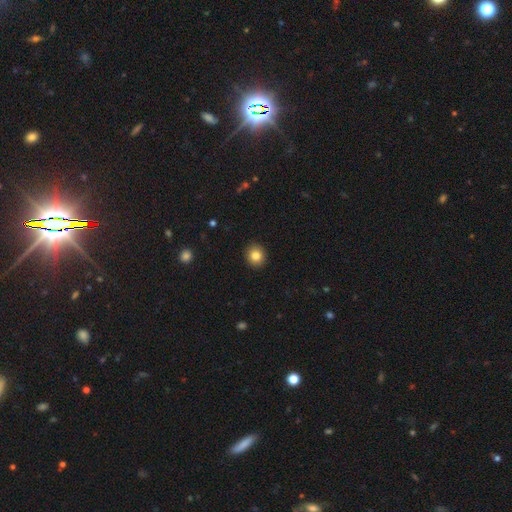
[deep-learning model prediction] Smooth or featured: smooth — 84% (star or artifact — 10%)
How rounded: round — 84% (in between — 16%)
Merging: none — 92% (minor disturbance — 6%)